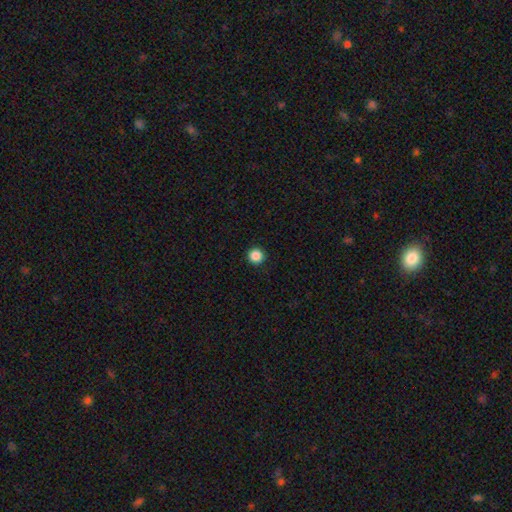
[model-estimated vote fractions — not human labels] Morphology: type=smooth (87%); roundness=round (96%); merging=none (94%).